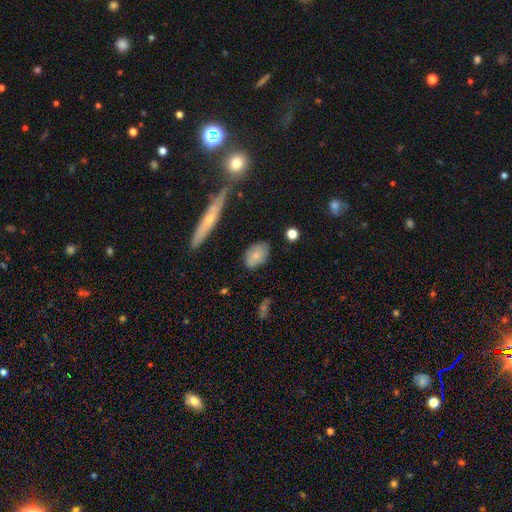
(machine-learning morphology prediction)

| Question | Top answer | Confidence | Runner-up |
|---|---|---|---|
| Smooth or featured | smooth | 72% | featured or disk (21%) |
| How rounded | in between | 83% | round (14%) |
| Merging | none | 76% | minor disturbance (18%) |